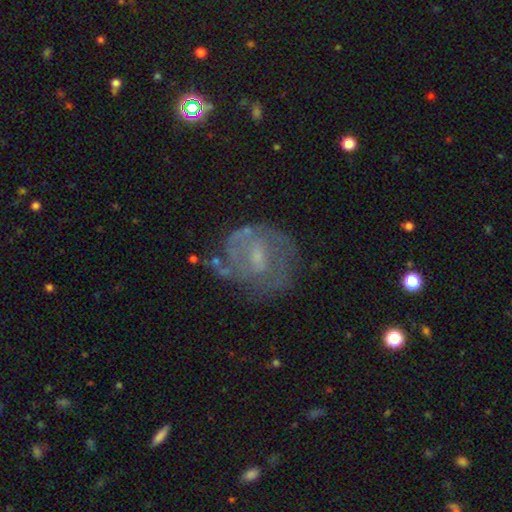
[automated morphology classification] A featured or disk galaxy (70%) with a weak bar (51%), spiral arms (71%) and a small central bulge (53%). Merging: none (61%).